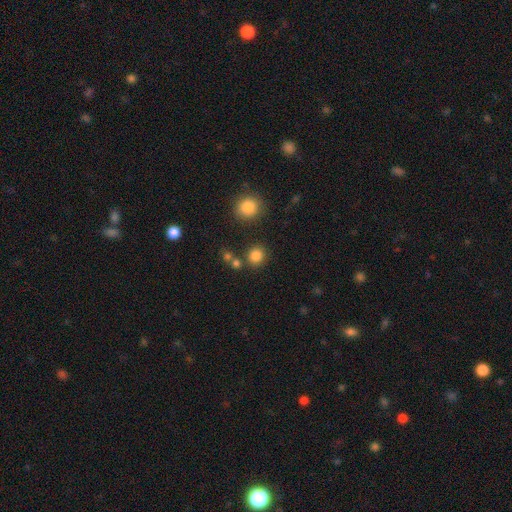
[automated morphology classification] Overall: smooth (82%). How rounded: round (86%). Merging: none (81%).